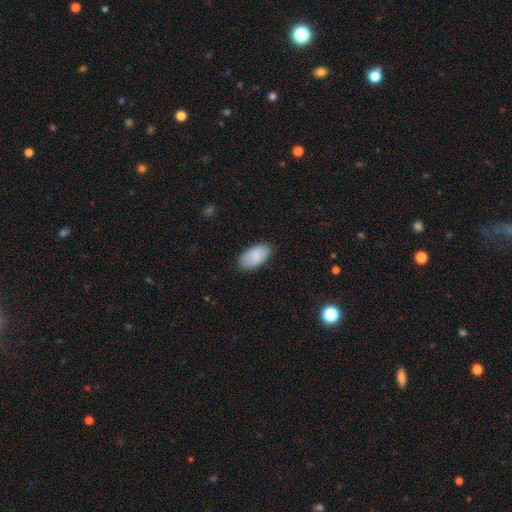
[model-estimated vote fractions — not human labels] smooth-or-featured: smooth: 85% | featured or disk: 9% | star or artifact: 6%
  how-rounded: in between: 95% | round: 3% | cigar-shaped: 2%
  merging: none: 84% | minor disturbance: 13% | major disturbance: 3% | merger: 1%